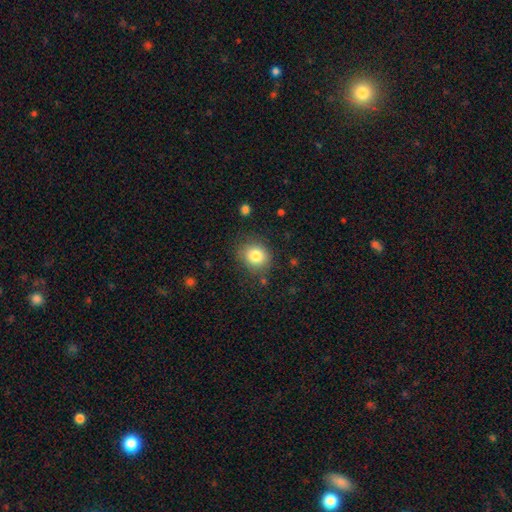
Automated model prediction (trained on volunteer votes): A smooth galaxy with no disk features (82%) that is round (73%).

Vote fractions:
- Smooth or featured? smooth: 82% / star or artifact: 10% / featured or disk: 8%
- How rounded? round: 73% / in between: 26% / cigar-shaped: 1%
- Merging? none: 82% / minor disturbance: 12% / major disturbance: 4% / merger: 2%